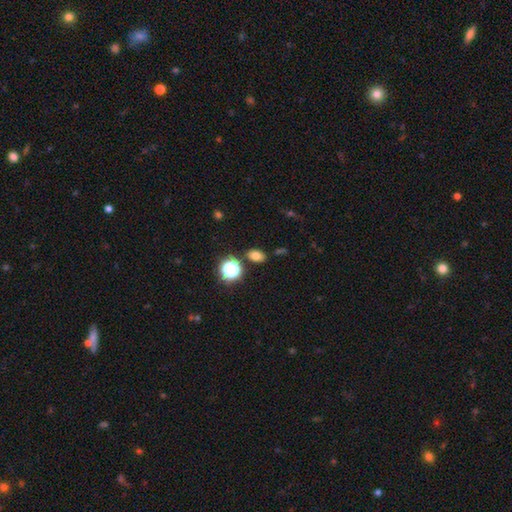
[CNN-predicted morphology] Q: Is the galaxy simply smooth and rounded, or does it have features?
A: smooth — 74%.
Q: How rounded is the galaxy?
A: in between — 77%.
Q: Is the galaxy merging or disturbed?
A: none — 83%.